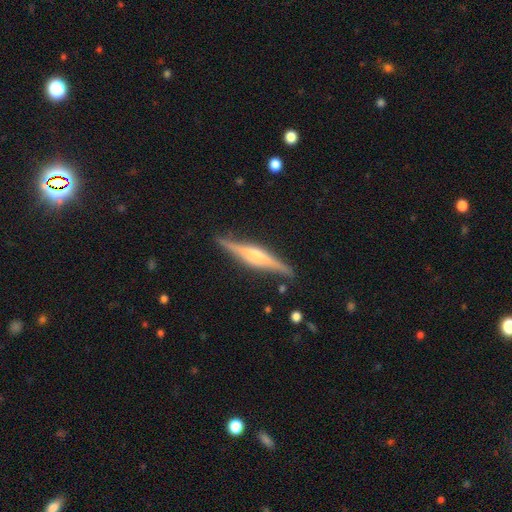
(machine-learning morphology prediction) type=featured or disk (74%); edge-on=yes (97%); edge-on bulge=rounded (65%); merging=none (84%).